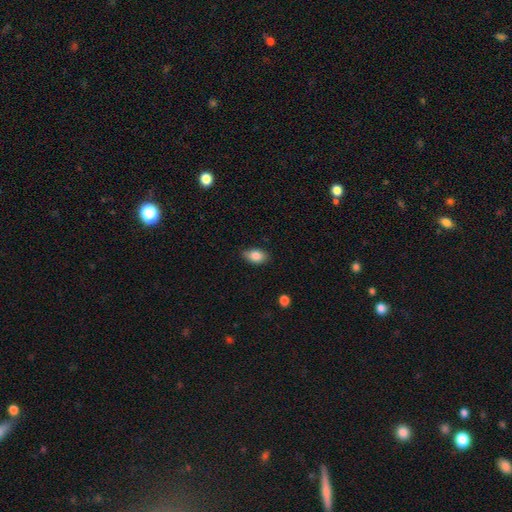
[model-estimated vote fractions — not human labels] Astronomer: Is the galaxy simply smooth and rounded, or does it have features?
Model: smooth — 85%.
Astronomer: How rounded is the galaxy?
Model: in between — 88%.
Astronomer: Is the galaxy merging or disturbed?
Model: none — 78%.